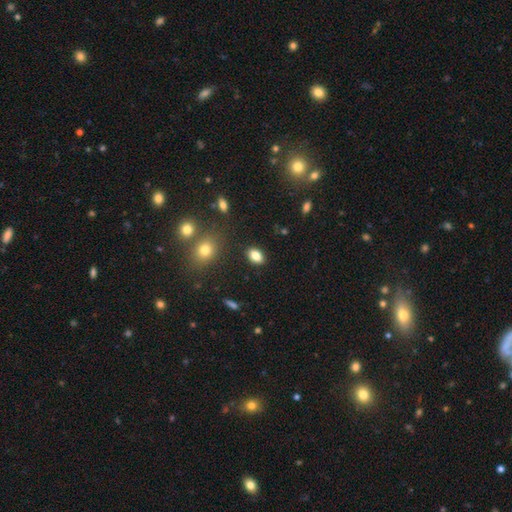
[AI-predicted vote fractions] Smooth or featured?
  - smooth: 83% *
  - star or artifact: 9%
  - featured or disk: 7%
How rounded?
  - in between: 85% *
  - round: 13%
  - cigar-shaped: 2%
Merging?
  - none: 87% *
  - minor disturbance: 8%
  - merger: 2%
  - major disturbance: 2%